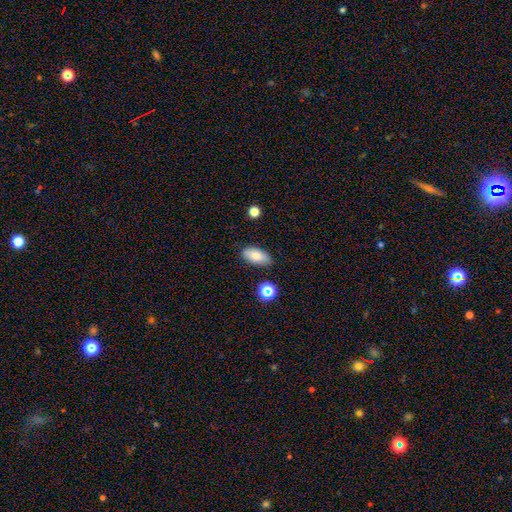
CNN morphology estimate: smooth 78%, featured or disk 13%, star or artifact 9%. Down the decision tree: how rounded — in between (89%); merging — none (81%).